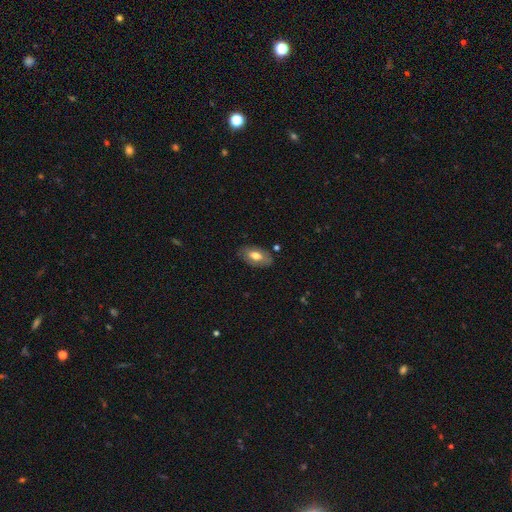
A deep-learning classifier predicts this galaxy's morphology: Smooth or featured? smooth (64%)
How rounded? in between (92%)
Merging? none (80%)